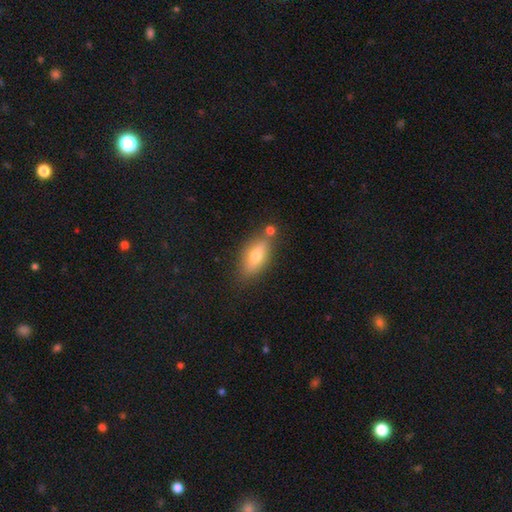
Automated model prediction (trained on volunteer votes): Smooth or featured? smooth (64%)
How rounded? in between (75%)
Merging? none (73%)